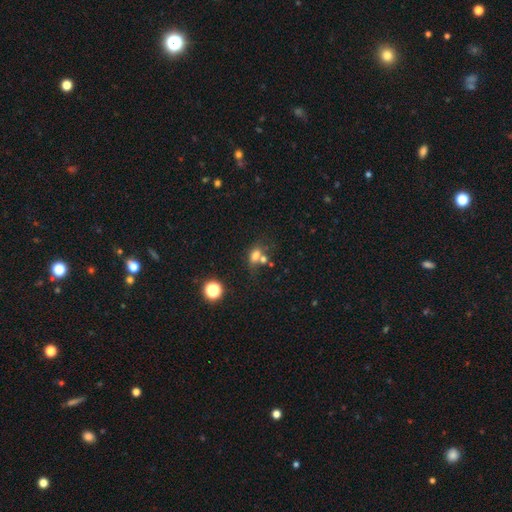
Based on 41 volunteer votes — smooth 76%, featured or disk 12%, star or artifact 12%. Down the decision tree: how rounded — in between (87%); merging — merger (42%).